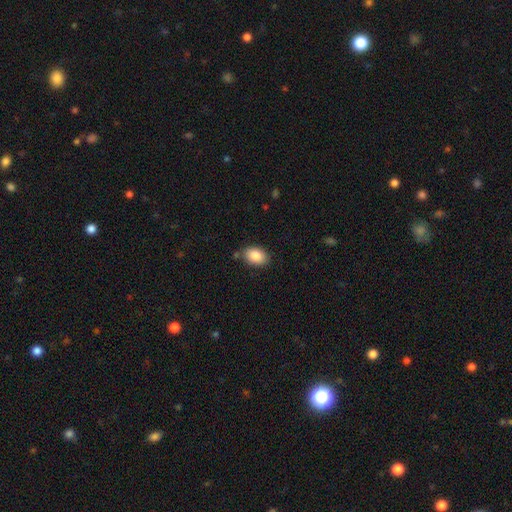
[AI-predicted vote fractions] smooth 87%, star or artifact 7%, featured or disk 6%. Down the decision tree: how rounded — in between (84%); merging — none (80%).